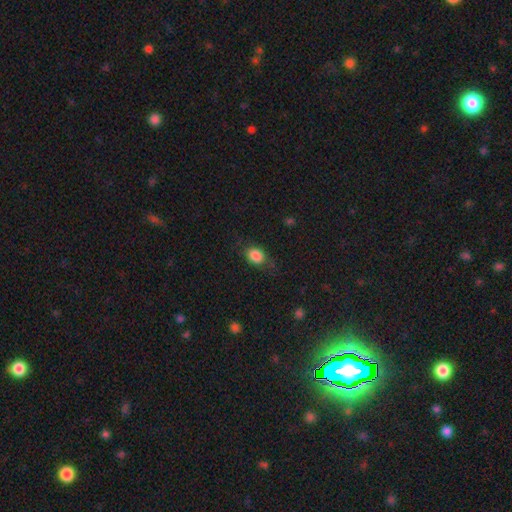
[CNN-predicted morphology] The model was most divided on "how rounded": in between: 64%, round: 35%, cigar-shaped: 2%. More confident: smooth or featured — smooth (85%); merging — none (71%).